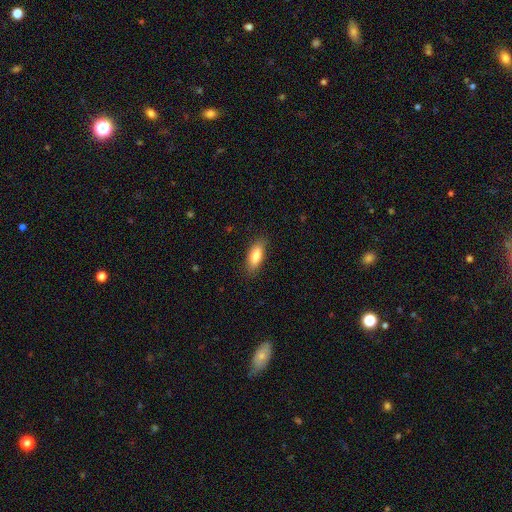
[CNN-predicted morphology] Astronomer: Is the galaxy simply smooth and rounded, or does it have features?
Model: smooth — 83%.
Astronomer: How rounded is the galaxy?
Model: in between — 77%.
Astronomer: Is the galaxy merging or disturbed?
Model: none — 84%.